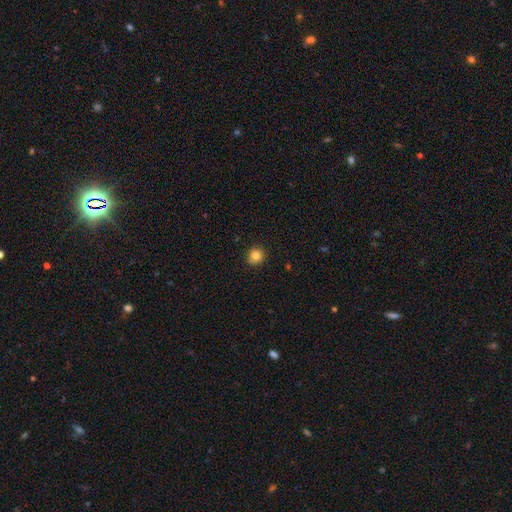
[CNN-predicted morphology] Q: Smooth or featured?
A: smooth (82%); runner-up: star or artifact (11%)
Q: How rounded?
A: round (90%); runner-up: in between (9%)
Q: Merging?
A: none (90%); runner-up: minor disturbance (7%)